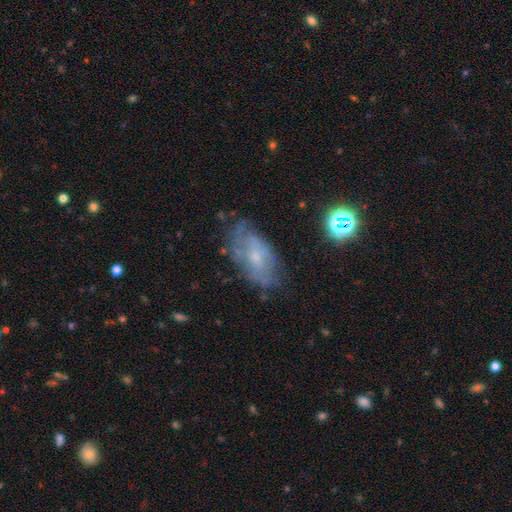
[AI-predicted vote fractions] A featured or disk galaxy (52%).

Vote fractions:
- Smooth or featured? featured or disk: 52% / smooth: 36% / star or artifact: 12%
- Edge-on disk? no: 92% / yes: 8%
- Merging? none: 60% / minor disturbance: 26% / major disturbance: 12% / merger: 3%